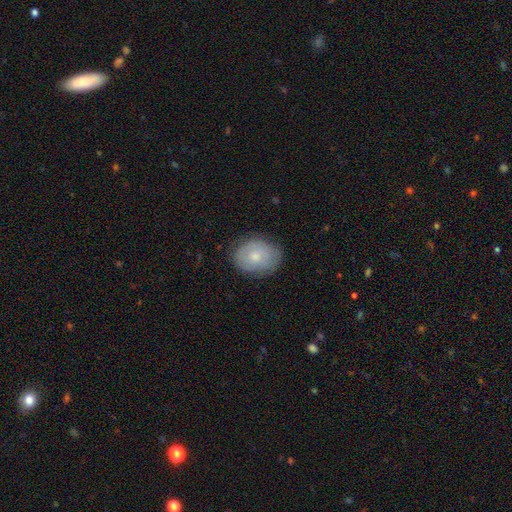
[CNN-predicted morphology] A smooth galaxy with no disk features (72%) that is in between round and cigar-shaped (61%). Merging: none (79%).